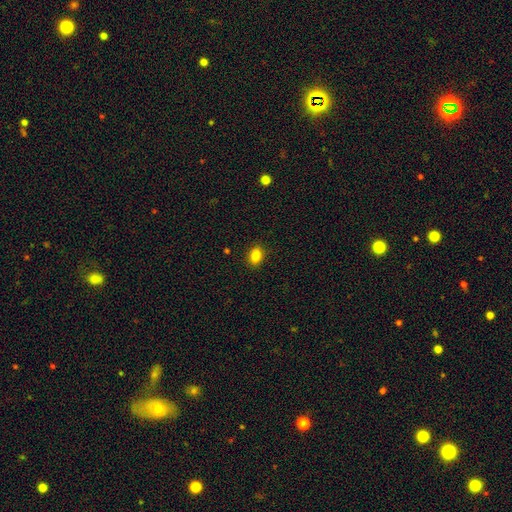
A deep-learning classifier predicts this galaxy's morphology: This is clearly a smooth galaxy (84%). How rounded: likely in between (74%). Merging: clearly none (89%).